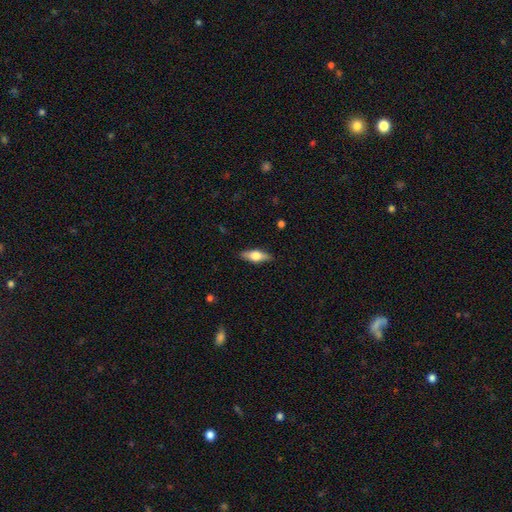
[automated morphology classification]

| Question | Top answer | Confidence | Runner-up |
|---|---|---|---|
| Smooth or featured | smooth | 52% | featured or disk (42%) |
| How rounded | in between | 63% | cigar-shaped (33%) |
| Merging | none | 87% | minor disturbance (9%) |